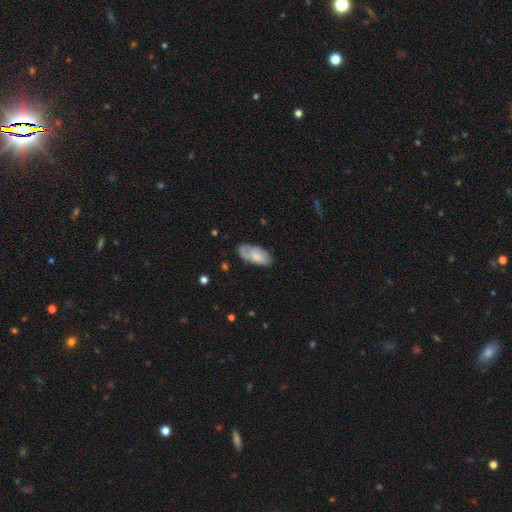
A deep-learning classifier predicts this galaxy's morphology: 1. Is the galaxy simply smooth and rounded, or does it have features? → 56% smooth, 38% featured or disk, 6% star or artifact.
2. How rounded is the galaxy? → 90% in between, 8% cigar-shaped, 2% round.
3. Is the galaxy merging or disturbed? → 69% none, 23% minor disturbance, 7% major disturbance, 2% merger.